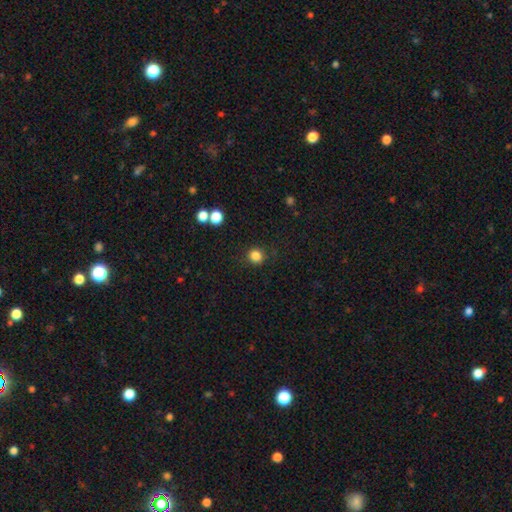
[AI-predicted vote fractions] Smooth or featured? Predicted: smooth (p=0.84). How rounded? Predicted: round (p=0.90). Merging? Predicted: none (p=0.88).